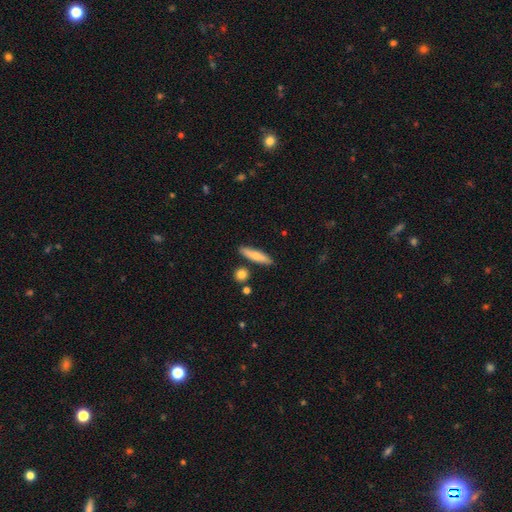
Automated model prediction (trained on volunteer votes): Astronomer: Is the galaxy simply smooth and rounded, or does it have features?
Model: smooth — 73%.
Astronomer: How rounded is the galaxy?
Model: cigar-shaped — 78%.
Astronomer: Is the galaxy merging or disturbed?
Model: none — 84%.